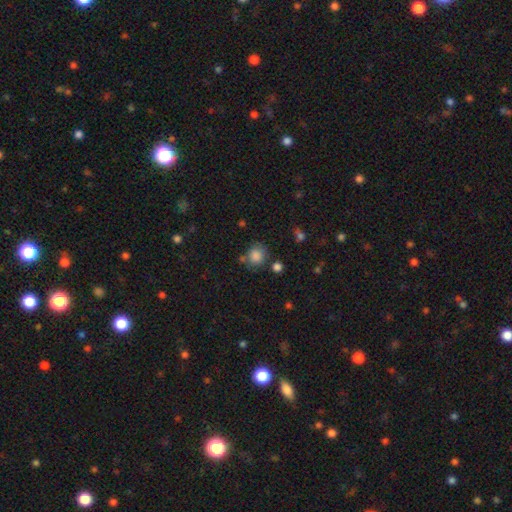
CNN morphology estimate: Smooth or featured? Predicted: smooth (p=0.83). How rounded? Predicted: round (p=0.79). Merging? Predicted: none (p=0.66).